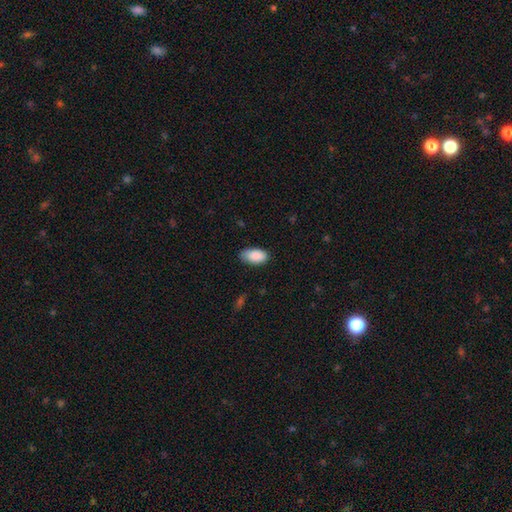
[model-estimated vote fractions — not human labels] Smooth or featured? smooth (88%)
How rounded? in between (95%)
Merging? none (78%)